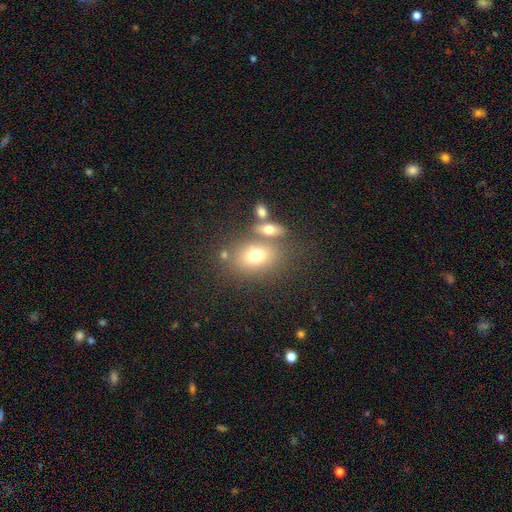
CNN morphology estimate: The model was most divided on "merging": none: 59%, merger: 21%, minor disturbance: 13%, major disturbance: 6%. More confident: smooth or featured — smooth (71%); how rounded — in between (70%).